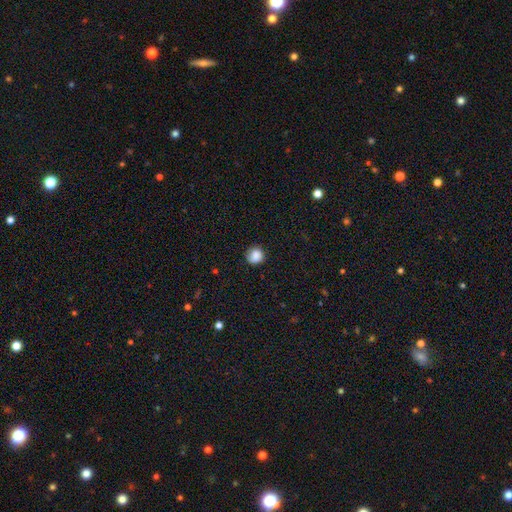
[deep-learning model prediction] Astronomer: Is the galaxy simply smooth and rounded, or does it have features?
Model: smooth — 86%.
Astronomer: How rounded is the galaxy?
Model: round — 90%.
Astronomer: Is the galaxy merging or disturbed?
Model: none — 79%.